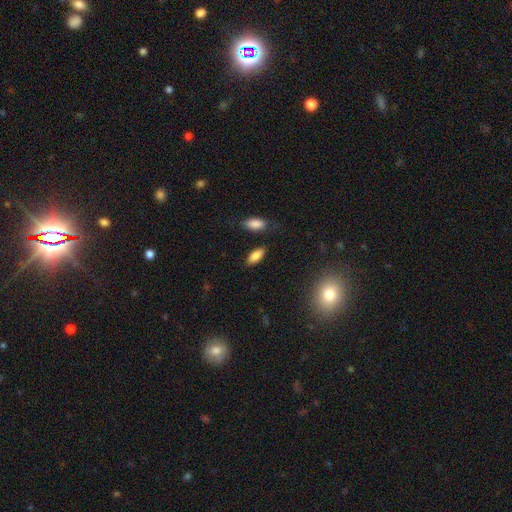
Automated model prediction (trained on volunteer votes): Smooth or featured? Predicted: smooth (p=0.84). How rounded? Predicted: in between (p=0.83). Merging? Predicted: none (p=0.83).